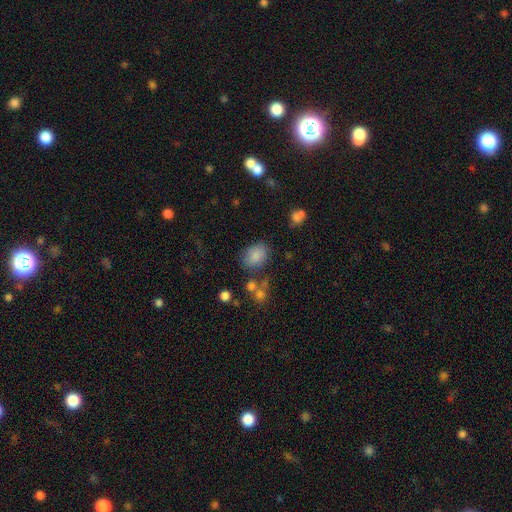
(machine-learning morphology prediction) A smooth galaxy with no disk features (83%) that is in between round and cigar-shaped (71%).

Vote fractions:
- Smooth or featured? smooth: 83% / star or artifact: 10% / featured or disk: 7%
- How rounded? in between: 71% / round: 27% / cigar-shaped: 1%
- Merging? none: 70% / minor disturbance: 17% / merger: 6% / major disturbance: 6%